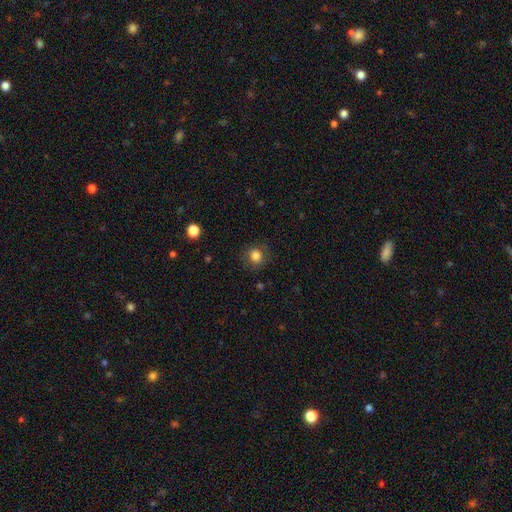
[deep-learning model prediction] A smooth galaxy with no disk features (81%) that is round (79%).

Vote fractions:
- Smooth or featured? smooth: 81% / star or artifact: 10% / featured or disk: 8%
- How rounded? round: 79% / in between: 20% / cigar-shaped: 1%
- Merging? none: 81% / minor disturbance: 13% / major disturbance: 5% / merger: 1%